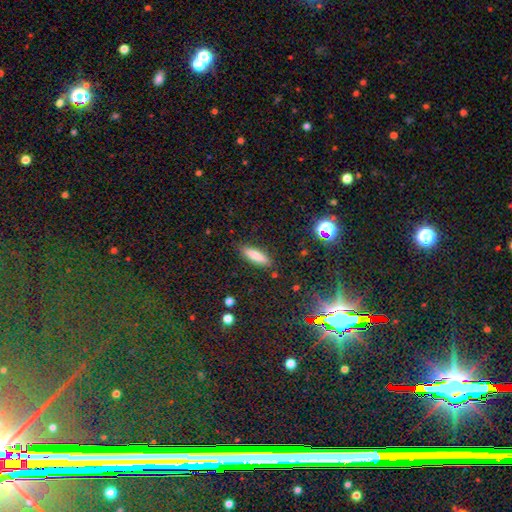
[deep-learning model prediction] This appears to be a smooth galaxy with no disk features (80%) that is cigar-shaped (57%). Merging: none (86%).